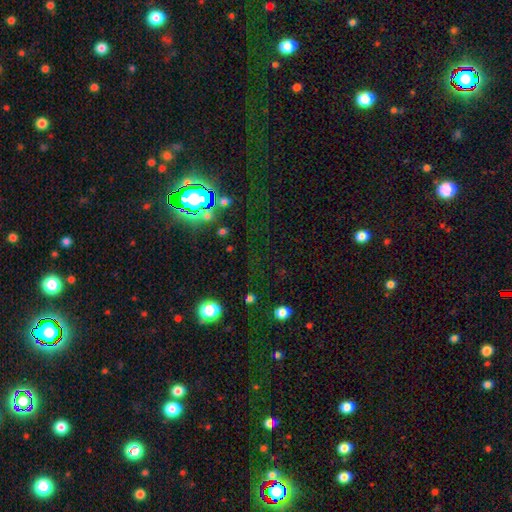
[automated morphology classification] Smooth or featured? Predicted: star or artifact (p=0.79).